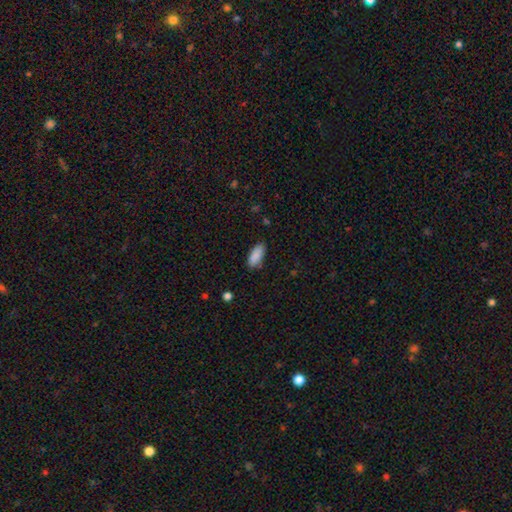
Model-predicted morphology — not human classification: Smooth or featured? Predicted: smooth (p=0.89). How rounded? Predicted: in between (p=0.85). Merging? Predicted: none (p=0.81).